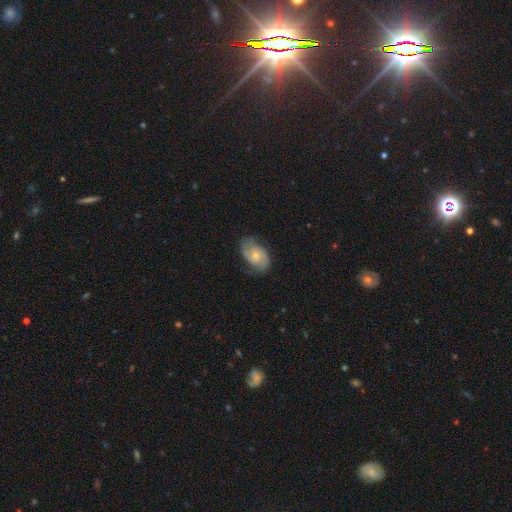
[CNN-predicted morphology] The model was most divided on "spiral winding": medium: 48%, tight: 29%, loose: 23%. More confident: edge-on disk — no (97%); spiral arms — yes (92%); spiral arm count — 2 (86%); merging — none (73%); smooth or featured — featured or disk (68%); bar — no (67%); bulge size — small (58%).